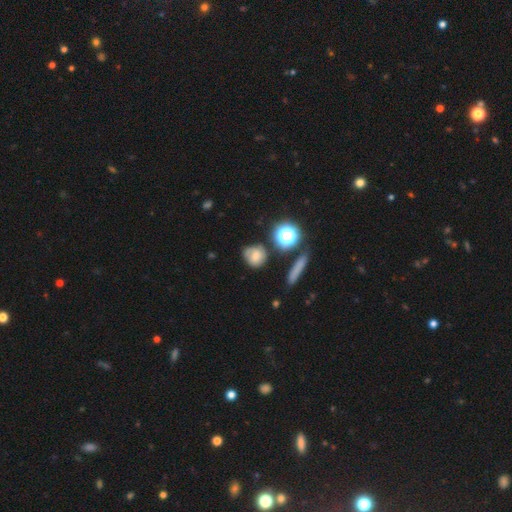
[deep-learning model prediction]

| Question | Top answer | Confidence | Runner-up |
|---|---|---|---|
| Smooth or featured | smooth | 62% | featured or disk (24%) |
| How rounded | round | 78% | in between (20%) |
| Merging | none | 65% | minor disturbance (21%) |